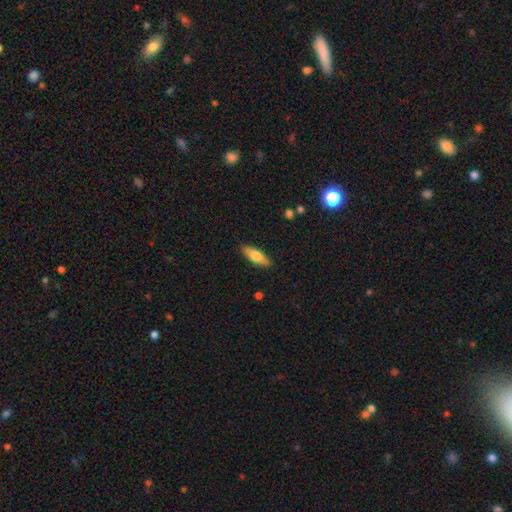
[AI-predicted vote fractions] This is likely a smooth galaxy (70%). How rounded: likely in between (61%). Merging: clearly none (88%).